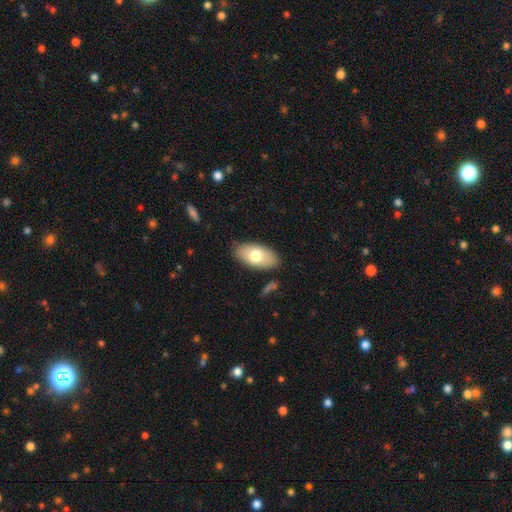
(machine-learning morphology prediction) Smooth or featured: smooth — 72% (featured or disk — 22%)
How rounded: in between — 94% (round — 3%)
Merging: none — 84% (minor disturbance — 11%)